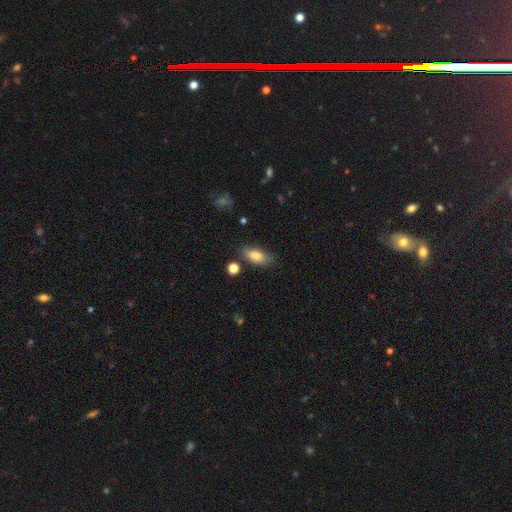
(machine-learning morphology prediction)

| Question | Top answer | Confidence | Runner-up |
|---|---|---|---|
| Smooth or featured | smooth | 81% | featured or disk (11%) |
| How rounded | in between | 82% | cigar-shaped (14%) |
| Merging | none | 78% | minor disturbance (15%) |